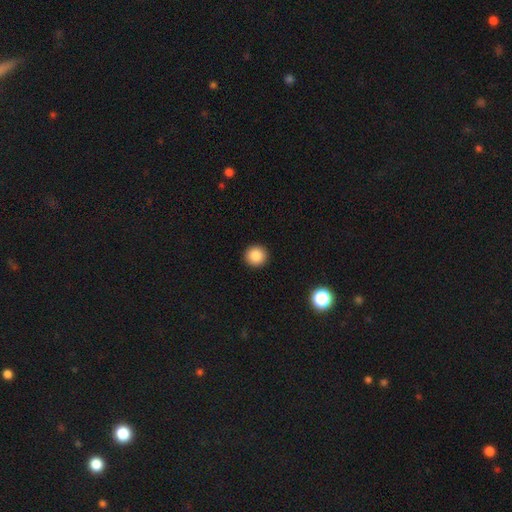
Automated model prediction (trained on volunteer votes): The model was most divided on "smooth or featured": smooth: 86%, star or artifact: 10%, featured or disk: 5%. More confident: how rounded — round (93%); merging — none (93%).